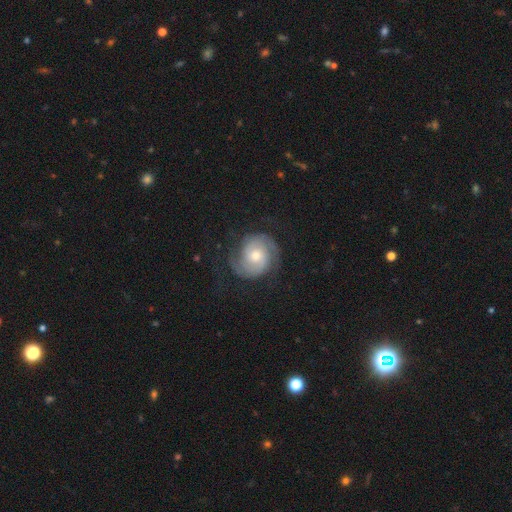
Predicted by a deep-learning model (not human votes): A featured or disk galaxy (84%) with no bar (69%), 2 (85%) tight (54%) spiral arms (97%) and a moderate central bulge (60%). Merging: none (76%).